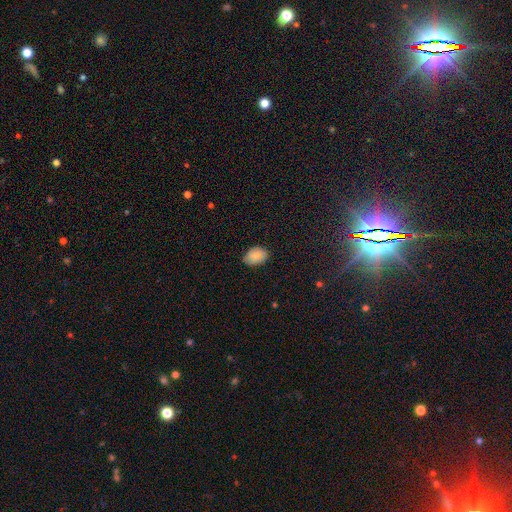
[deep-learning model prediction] Q: Smooth or featured?
A: smooth (84%); runner-up: featured or disk (8%)
Q: How rounded?
A: in between (76%); runner-up: round (23%)
Q: Merging?
A: none (73%); runner-up: minor disturbance (23%)